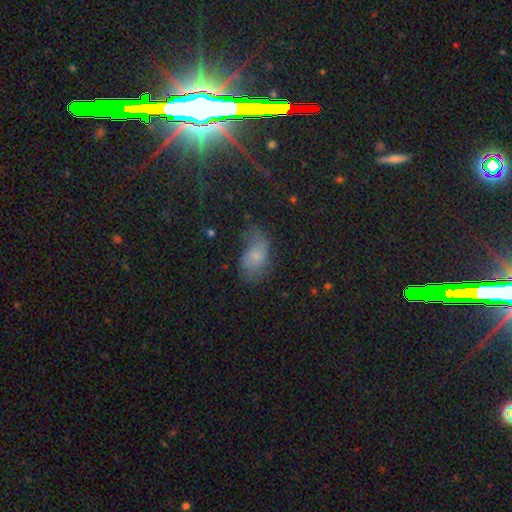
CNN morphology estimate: smooth_or_featured: smooth (p=0.61) [alt: featured or disk p=0.22]
how_rounded: in between (p=0.90) [alt: round p=0.08]
merging: none (p=0.38) [alt: minor disturbance p=0.32]